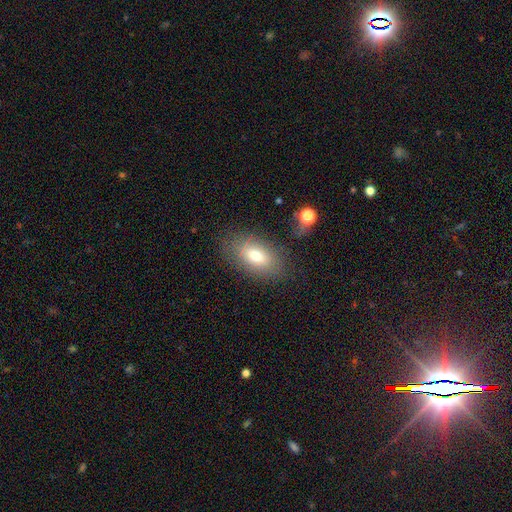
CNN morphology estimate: smooth 72%, featured or disk 18%, star or artifact 9%. Down the decision tree: how rounded — in between (90%); merging — none (78%).